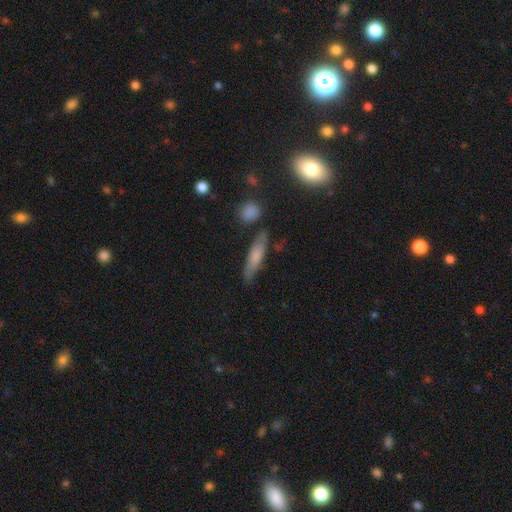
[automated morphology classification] smooth-or-featured: smooth: 61% | featured or disk: 30% | star or artifact: 8%
  how-rounded: cigar-shaped: 74% | in between: 23% | round: 3%
  merging: none: 77% | minor disturbance: 16% | merger: 4% | major disturbance: 4%